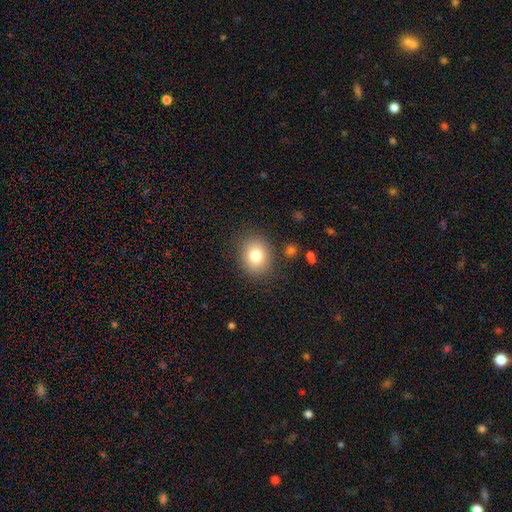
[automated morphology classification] This appears to be a smooth galaxy with no disk features (79%) that is round (61%). Merging: none (85%).